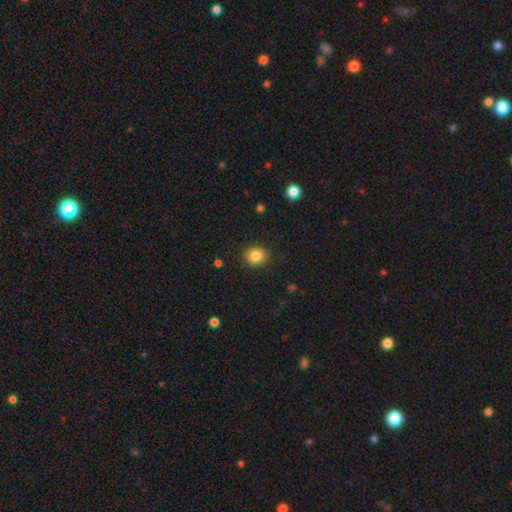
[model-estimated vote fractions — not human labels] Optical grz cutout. It shows a smooth galaxy with no disk features (85%) that is round (78%). Merging: none (89%).